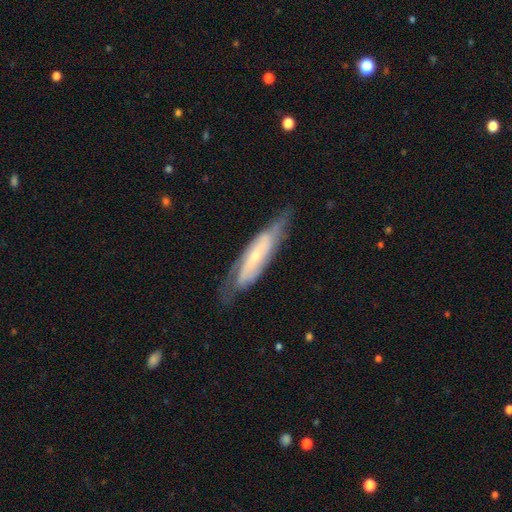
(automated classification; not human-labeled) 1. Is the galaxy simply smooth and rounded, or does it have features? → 71% featured or disk, 23% smooth, 6% star or artifact.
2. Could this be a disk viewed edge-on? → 65% no, 35% yes.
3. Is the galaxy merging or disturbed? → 68% none, 22% minor disturbance, 8% major disturbance, 2% merger.